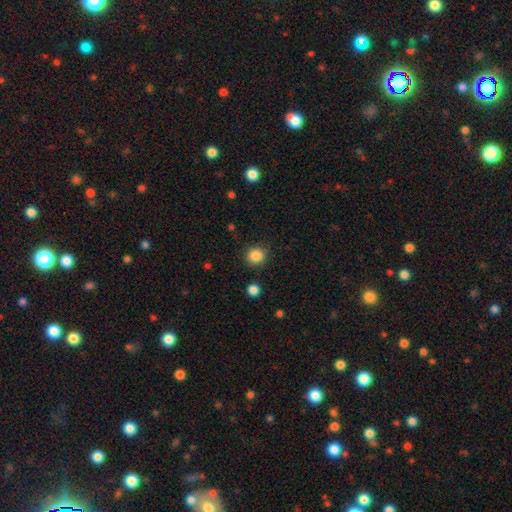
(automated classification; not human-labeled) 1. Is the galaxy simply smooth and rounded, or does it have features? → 86% smooth, 11% star or artifact, 4% featured or disk.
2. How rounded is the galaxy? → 92% round, 7% in between, 1% cigar-shaped.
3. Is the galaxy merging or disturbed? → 89% none, 7% minor disturbance, 2% major disturbance, 2% merger.